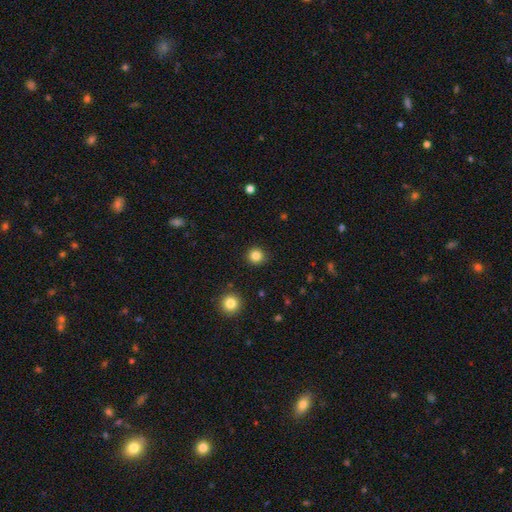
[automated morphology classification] Overall: smooth (84%). How rounded: round (94%). Merging: none (91%).